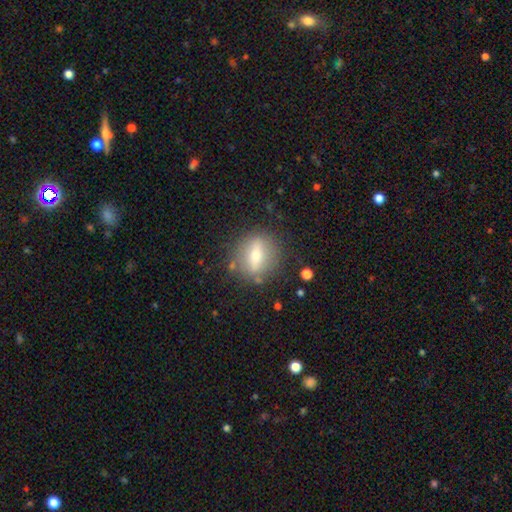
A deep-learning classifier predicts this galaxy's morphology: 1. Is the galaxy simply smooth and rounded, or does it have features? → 50% smooth, 40% featured or disk, 10% star or artifact.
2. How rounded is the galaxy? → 53% round, 36% in between, 10% cigar-shaped.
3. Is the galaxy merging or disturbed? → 78% none, 13% minor disturbance, 6% major disturbance, 3% merger.